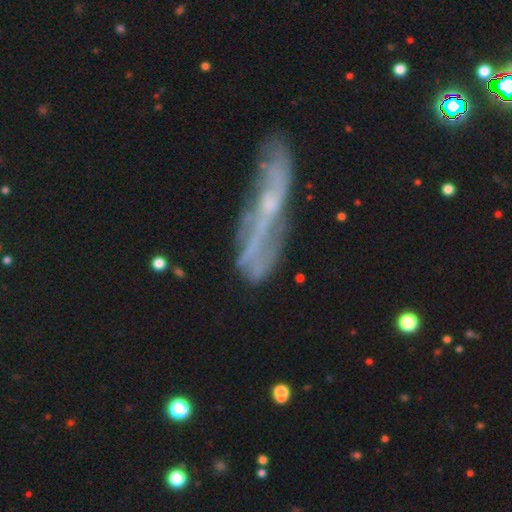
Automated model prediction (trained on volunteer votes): smooth-or-featured: featured or disk: 59% | smooth: 30% | star or artifact: 10%
  disk-edge-on: no: 61% | yes: 39%
  merging: none: 43% | major disturbance: 24% | minor disturbance: 22% | merger: 10%